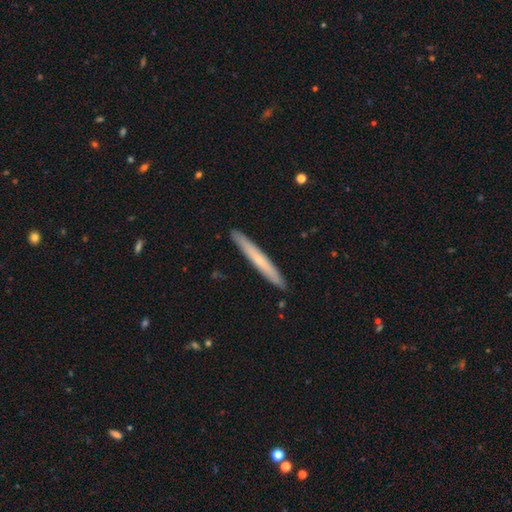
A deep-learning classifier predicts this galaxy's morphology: A smooth galaxy with no disk features (51%) that is cigar-shaped (97%). Merging: none (91%).